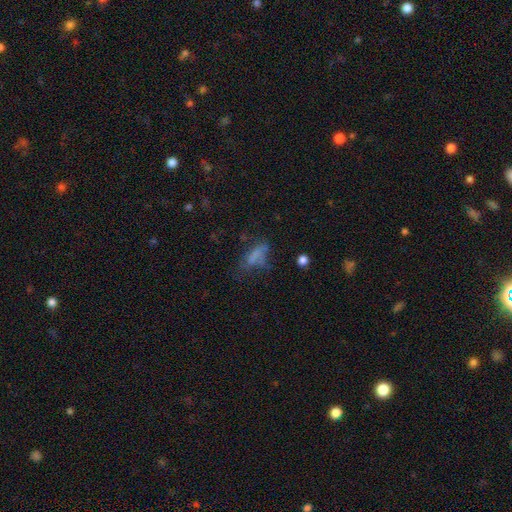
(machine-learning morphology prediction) The model was most divided on "merging": none: 38%, major disturbance: 30%, minor disturbance: 25%, merger: 7%. More confident: how rounded — in between (61%); smooth or featured — smooth (60%).